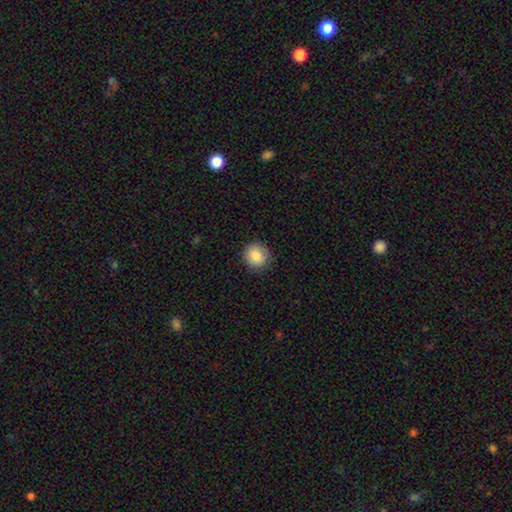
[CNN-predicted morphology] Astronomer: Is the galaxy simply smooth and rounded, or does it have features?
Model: smooth — 85%.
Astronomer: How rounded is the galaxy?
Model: round — 84%.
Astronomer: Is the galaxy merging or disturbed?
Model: none — 86%.